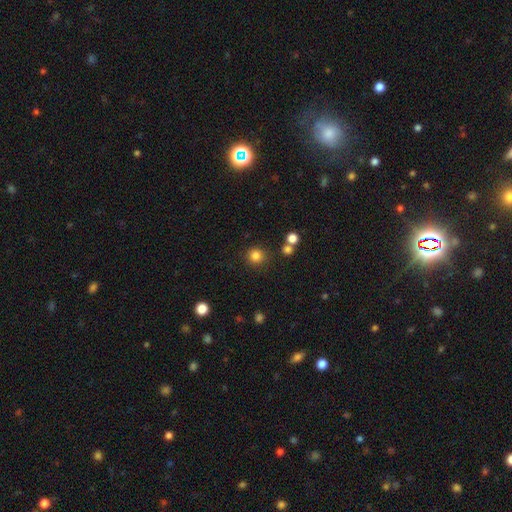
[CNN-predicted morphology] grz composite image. It shows a smooth galaxy with no disk features (82%) that is round (93%). Merging: none (85%).